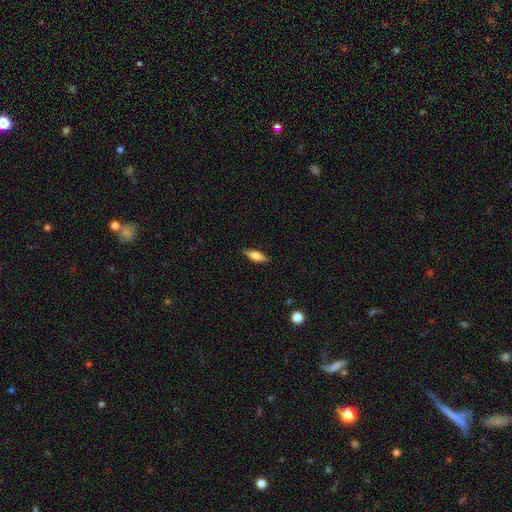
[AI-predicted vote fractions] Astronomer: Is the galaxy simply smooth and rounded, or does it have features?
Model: smooth — 64%.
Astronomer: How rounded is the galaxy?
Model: in between — 54% (runner-up: cigar-shaped, 43%).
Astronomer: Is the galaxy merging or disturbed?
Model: none — 87%.